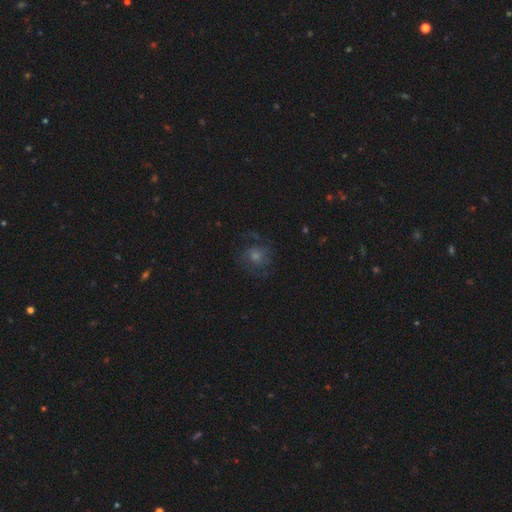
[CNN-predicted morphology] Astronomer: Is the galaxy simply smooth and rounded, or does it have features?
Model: featured or disk — 48% (runner-up: smooth, 28%).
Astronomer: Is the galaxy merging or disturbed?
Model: none — 71%.